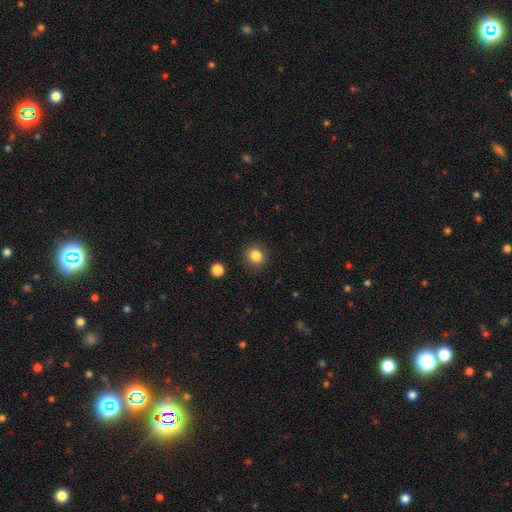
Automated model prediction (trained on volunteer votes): This is clearly a smooth galaxy (84%). How rounded: clearly round (82%). Merging: clearly none (88%).